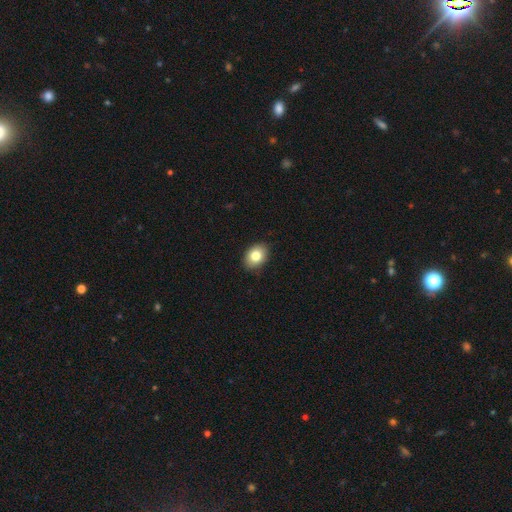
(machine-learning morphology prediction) The model was most divided on "how rounded": in between: 71%, round: 28%, cigar-shaped: 1%. More confident: merging — none (88%); smooth or featured — smooth (81%).